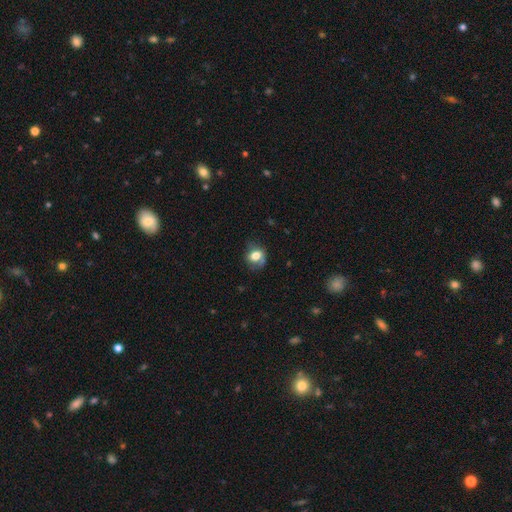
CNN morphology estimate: smooth-or-featured: smooth: 68% | featured or disk: 22% | star or artifact: 9%
  how-rounded: round: 52% | in between: 46% | cigar-shaped: 1%
  merging: none: 58% | minor disturbance: 28% | major disturbance: 12% | merger: 2%